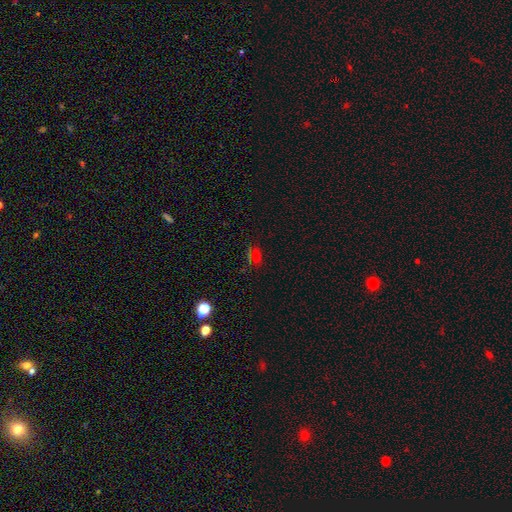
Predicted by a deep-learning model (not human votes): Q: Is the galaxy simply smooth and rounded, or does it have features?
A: smooth — 45%.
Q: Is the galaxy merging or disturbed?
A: none — 65%.